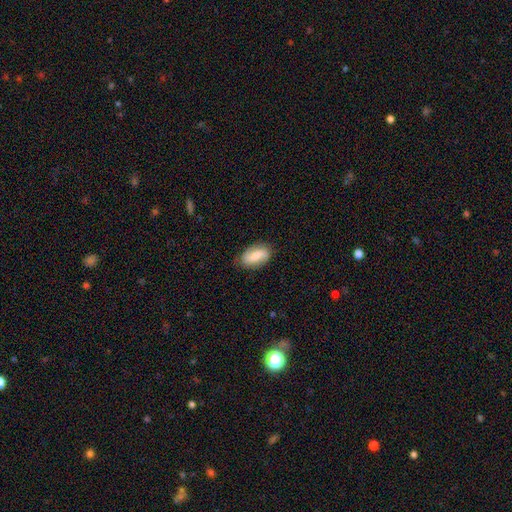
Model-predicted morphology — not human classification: Smooth or featured?
  - featured or disk: 54% *
  - smooth: 40%
  - star or artifact: 7%
Edge-on disk?
  - no: 95% *
  - yes: 5%
Bar?
  - weak: 44% *
  - no: 36%
  - strong: 20%
Spiral arms?
  - yes: 89% *
  - no: 11%
Bulge size?
  - moderate: 51% *
  - small: 35%
  - large: 7%
  - none: 6%
  - dominant: 2%
Merging?
  - none: 82% *
  - minor disturbance: 14%
  - major disturbance: 3%
  - merger: 1%